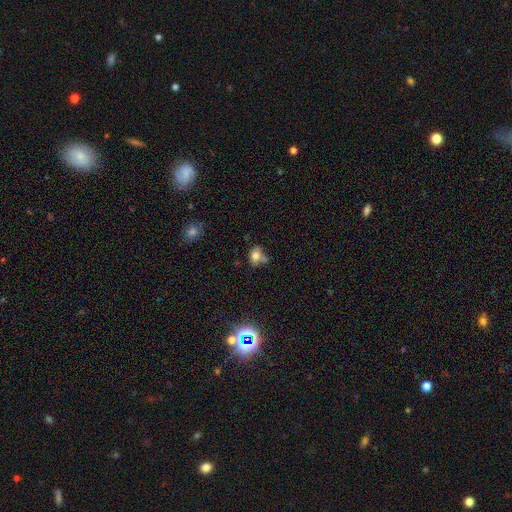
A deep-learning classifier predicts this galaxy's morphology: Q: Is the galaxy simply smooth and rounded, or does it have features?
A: smooth — 72%.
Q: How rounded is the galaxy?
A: in between — 54%.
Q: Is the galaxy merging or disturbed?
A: none — 43%.